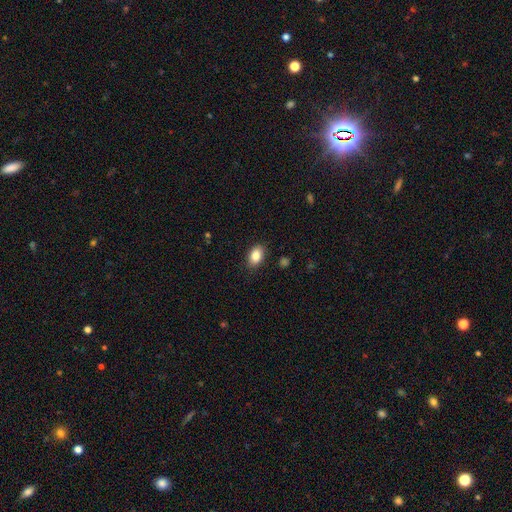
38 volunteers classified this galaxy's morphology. Volunteers were most divided on "merging": none: 80%, minor disturbance: 20%, major disturbance: 0%, merger: 0%. More confident: how rounded — in between (91%); smooth or featured — smooth (87%).